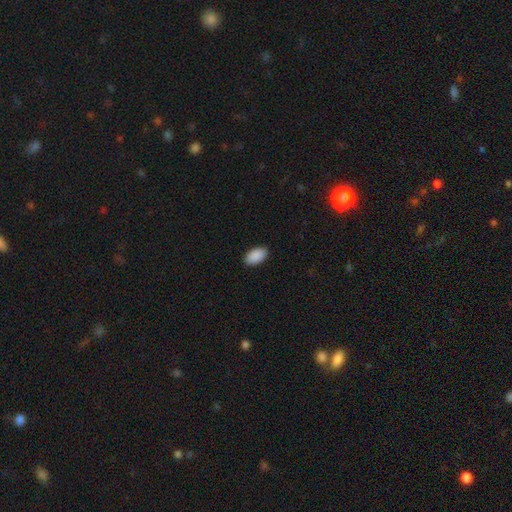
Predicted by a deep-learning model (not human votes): Morphology: type=smooth (91%); roundness=in between (95%); merging=none (89%).